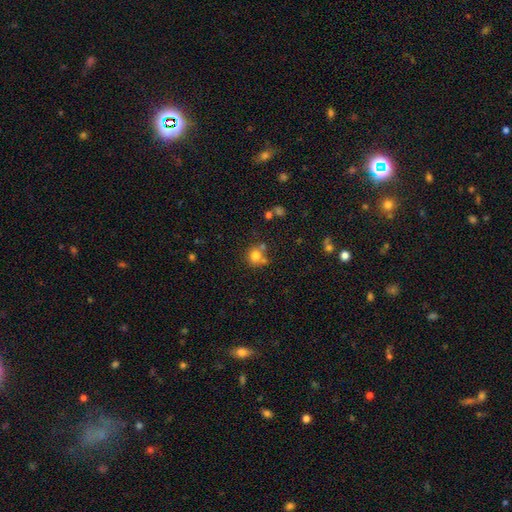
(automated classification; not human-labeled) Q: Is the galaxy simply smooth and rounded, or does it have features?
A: smooth — 76%.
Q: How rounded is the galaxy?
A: round — 82%.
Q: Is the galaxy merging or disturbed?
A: none — 57%.